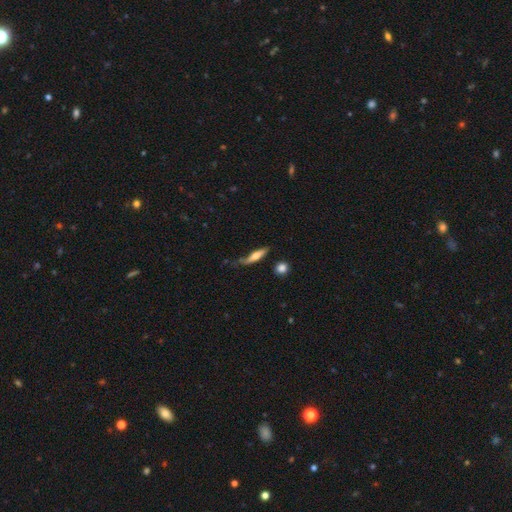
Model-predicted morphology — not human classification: Smooth or featured? Predicted: smooth (p=0.58). How rounded? Predicted: cigar-shaped (p=0.74). Merging? Predicted: none (p=0.56).